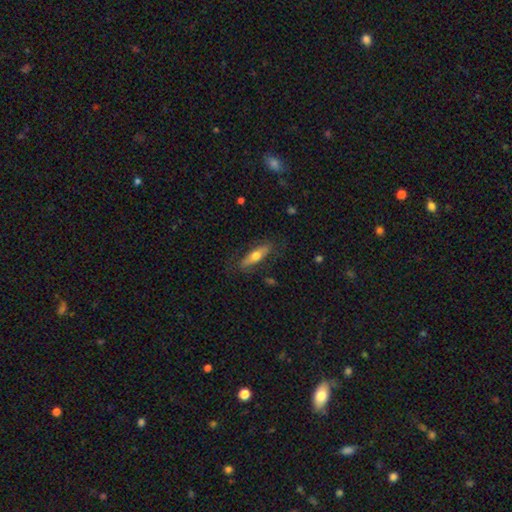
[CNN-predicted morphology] A smooth galaxy with no disk features (56%) that is cigar-shaped (52%). Merging: none (77%).